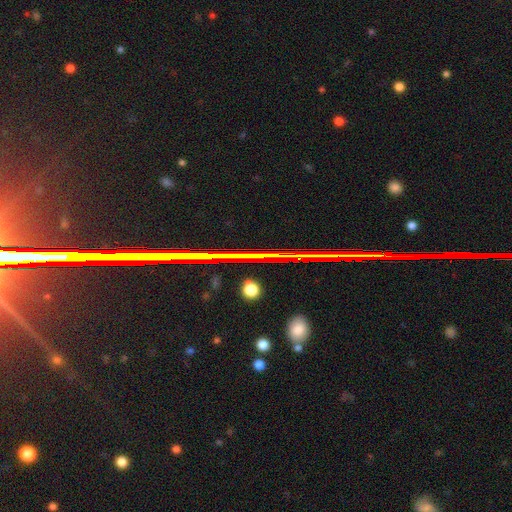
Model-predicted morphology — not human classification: smooth_or_featured: star or artifact (p=0.82) [alt: featured or disk p=0.11]